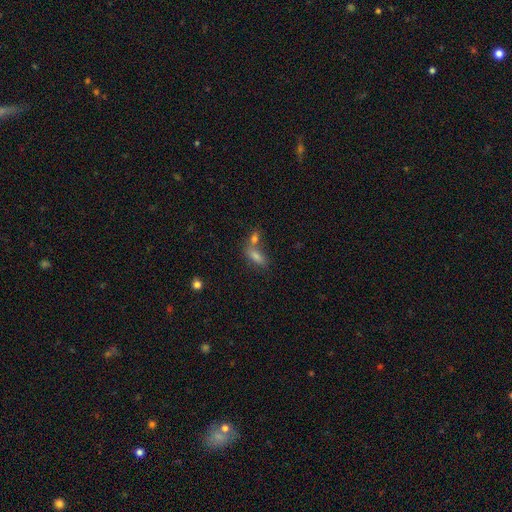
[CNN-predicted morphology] A smooth galaxy with no disk features (66%) that is in between round and cigar-shaped (68%).

Vote fractions:
- Smooth or featured? smooth: 66% / featured or disk: 18% / star or artifact: 16%
- How rounded? in between: 68% / cigar-shaped: 25% / round: 7%
- Merging? none: 43% / merger: 42% / minor disturbance: 10% / major disturbance: 5%